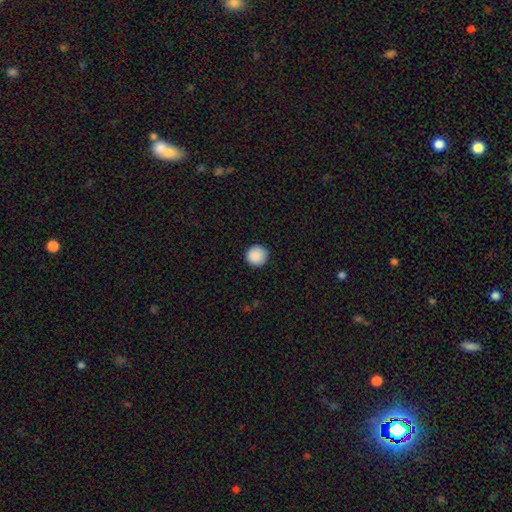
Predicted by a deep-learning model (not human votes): A smooth galaxy with no disk features (90%) that is round (95%).

Vote fractions:
- Smooth or featured? smooth: 90% / star or artifact: 8% / featured or disk: 2%
- How rounded? round: 95% / in between: 4% / cigar-shaped: 1%
- Merging? none: 91% / minor disturbance: 6% / major disturbance: 2% / merger: 1%